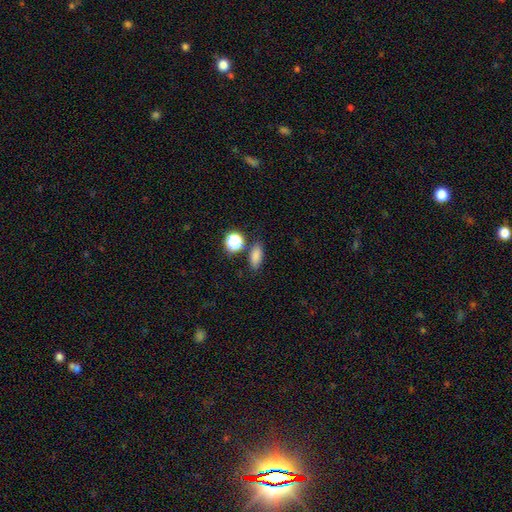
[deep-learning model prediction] Morphology: type=smooth (81%); roundness=in between (76%); merging=none (79%).